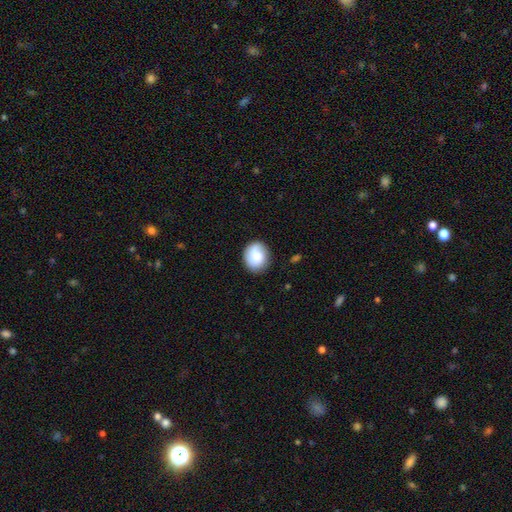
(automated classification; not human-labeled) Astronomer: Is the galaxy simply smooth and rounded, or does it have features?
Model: smooth — 79%.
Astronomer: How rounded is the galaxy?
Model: round — 65%.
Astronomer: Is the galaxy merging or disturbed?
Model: none — 78%.